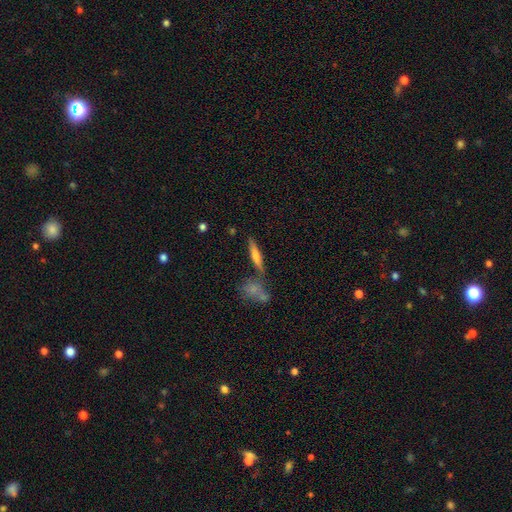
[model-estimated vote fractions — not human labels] The model was most divided on "smooth or featured": smooth: 48%, featured or disk: 44%, star or artifact: 8%. More confident: merging — none (74%).